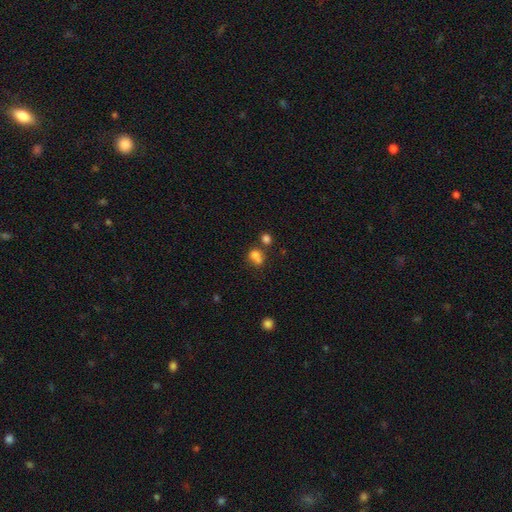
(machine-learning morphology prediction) A smooth galaxy with no disk features (75%) that is round (64%). Merging: merger (45%).